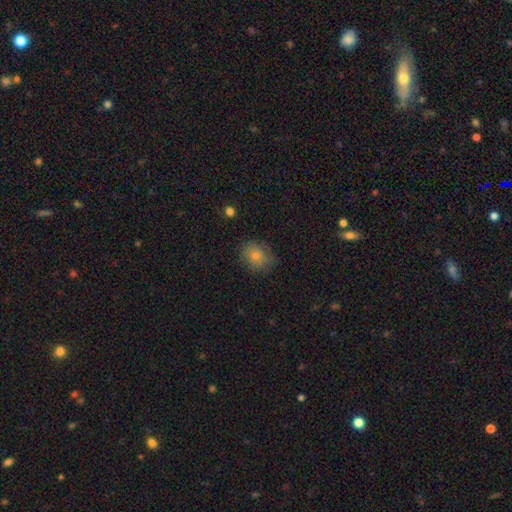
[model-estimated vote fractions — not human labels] The model was most divided on "how rounded": round: 58%, in between: 40%, cigar-shaped: 1%. More confident: merging — none (80%); smooth or featured — smooth (73%).